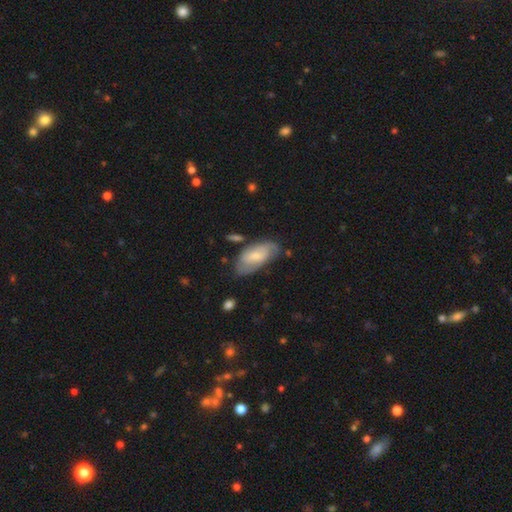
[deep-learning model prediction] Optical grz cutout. It shows a featured or disk galaxy (47%, tied with smooth). Merging: none (65%).